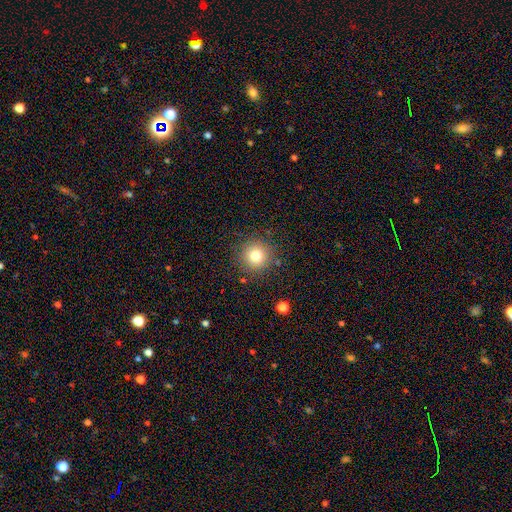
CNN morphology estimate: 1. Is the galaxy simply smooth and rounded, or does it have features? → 78% smooth, 13% star or artifact, 9% featured or disk.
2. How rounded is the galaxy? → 95% round, 4% in between, 1% cigar-shaped.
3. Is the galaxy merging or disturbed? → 87% none, 8% minor disturbance, 3% major disturbance, 2% merger.